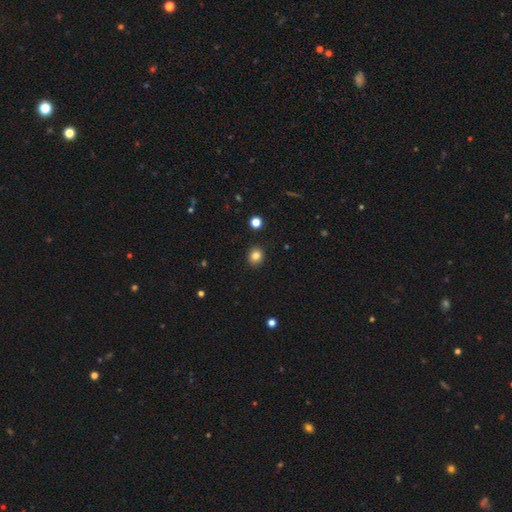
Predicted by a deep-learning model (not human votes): The model was most divided on "how rounded": round: 77%, in between: 22%, cigar-shaped: 1%. More confident: merging — none (91%); smooth or featured — smooth (83%).